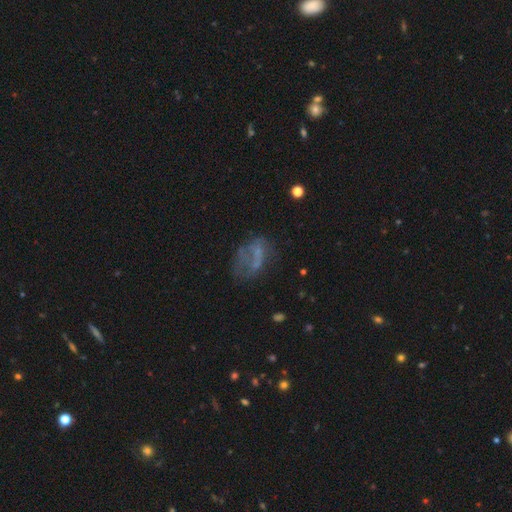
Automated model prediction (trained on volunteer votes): Smooth or featured?
  - featured or disk: 46% *
  - smooth: 37%
  - star or artifact: 17%
Merging?
  - none: 39% *
  - major disturbance: 31%
  - minor disturbance: 23%
  - merger: 7%